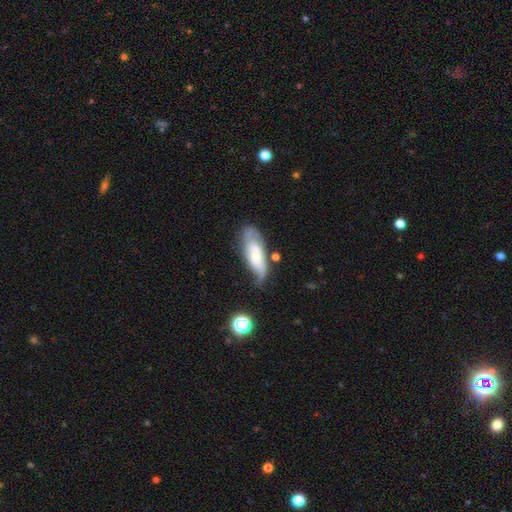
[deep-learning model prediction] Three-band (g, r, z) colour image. It shows a featured or disk galaxy (58%). Merging: none (56%).